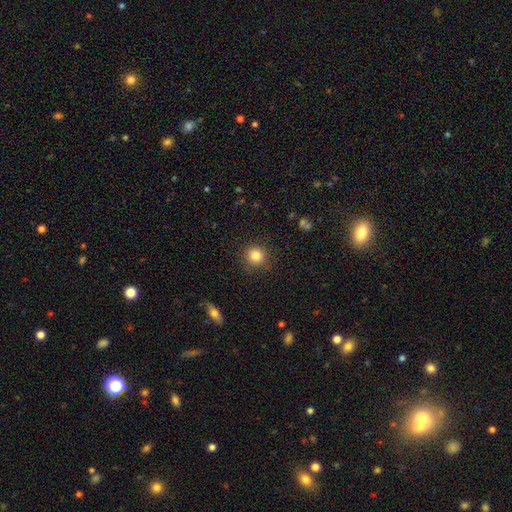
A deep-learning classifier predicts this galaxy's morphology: A smooth galaxy with no disk features (83%) that is round (93%). Merging: none (89%).